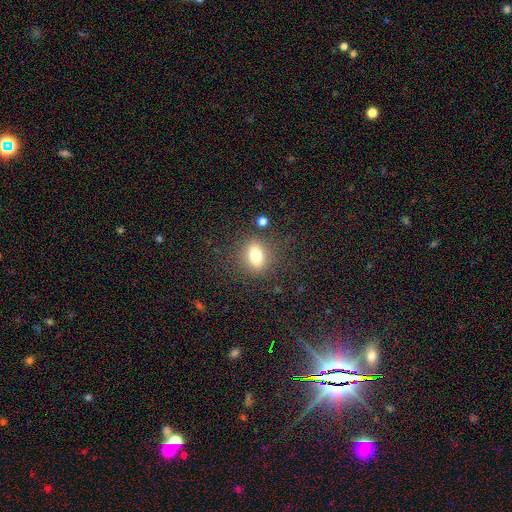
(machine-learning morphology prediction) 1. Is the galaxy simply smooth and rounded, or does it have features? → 75% smooth, 14% featured or disk, 11% star or artifact.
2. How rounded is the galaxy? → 65% in between, 30% round, 5% cigar-shaped.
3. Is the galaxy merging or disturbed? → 83% none, 10% minor disturbance, 4% major disturbance, 2% merger.